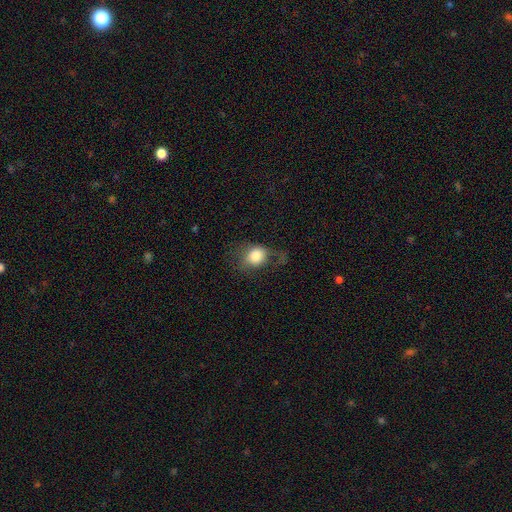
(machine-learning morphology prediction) smooth 77%, featured or disk 14%, star or artifact 9%. Down the decision tree: how rounded — round (55%); merging — none (37%).